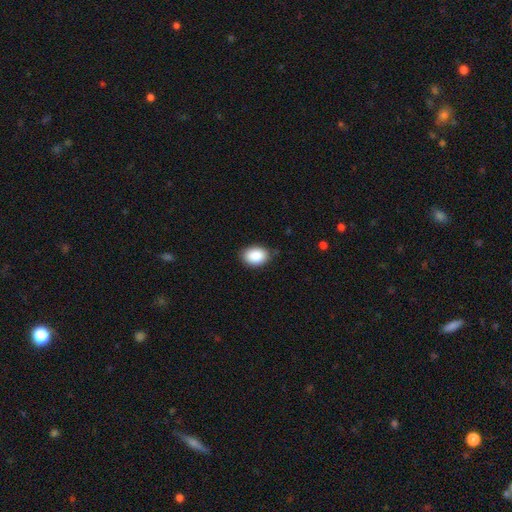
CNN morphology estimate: This is clearly a smooth galaxy (89%). How rounded: likely in between (79%). Merging: clearly none (82%).